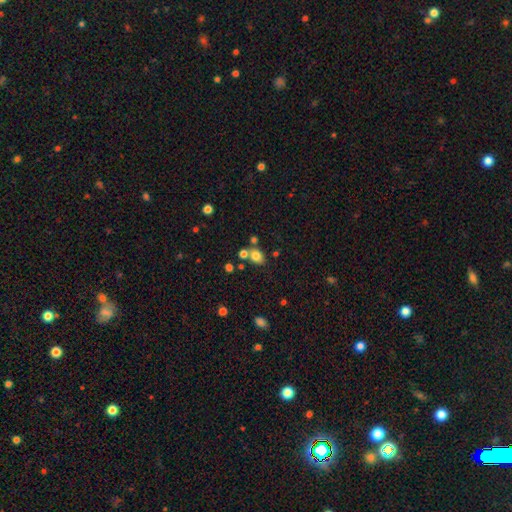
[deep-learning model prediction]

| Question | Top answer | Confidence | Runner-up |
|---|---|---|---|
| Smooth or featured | smooth | 78% | star or artifact (13%) |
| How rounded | in between | 61% | round (38%) |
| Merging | none | 62% | merger (22%) |